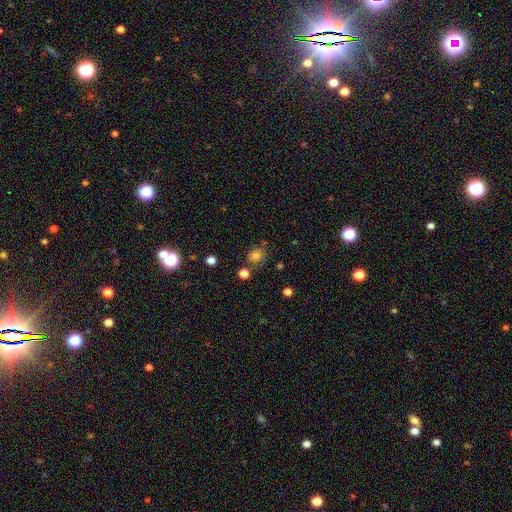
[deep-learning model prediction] Smooth or featured? smooth (79%)
How rounded? round (75%)
Merging? none (73%)